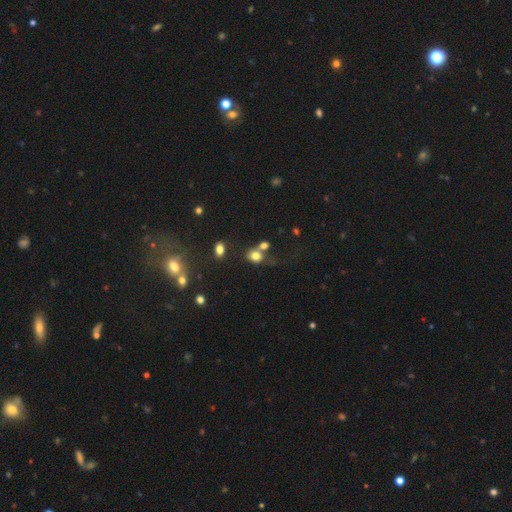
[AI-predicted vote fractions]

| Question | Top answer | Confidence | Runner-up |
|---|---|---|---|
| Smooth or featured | smooth | 75% | star or artifact (14%) |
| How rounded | round | 53% | in between (46%) |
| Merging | merger | 38% | tied: none (38%) |